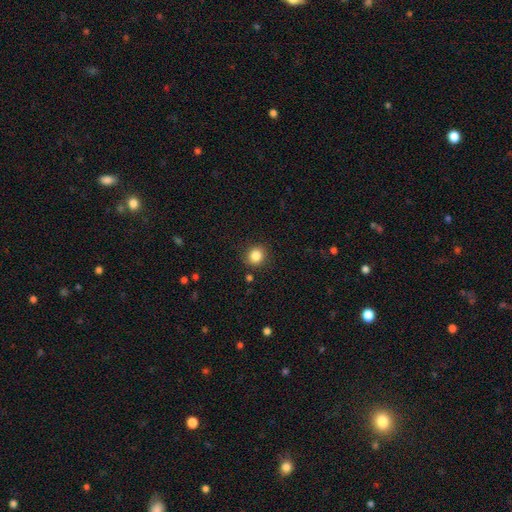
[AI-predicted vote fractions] Smooth or featured: smooth — 85% (star or artifact — 11%)
How rounded: round — 85% (in between — 14%)
Merging: none — 88% (minor disturbance — 8%)